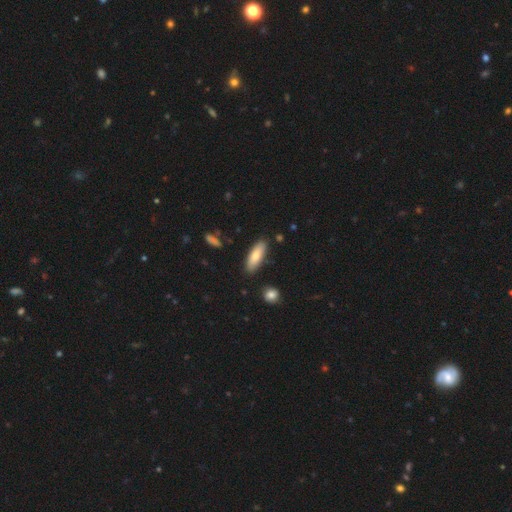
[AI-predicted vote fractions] Smooth or featured: smooth — 76% (featured or disk — 18%)
How rounded: in between — 60% (cigar-shaped — 38%)
Merging: none — 85% (minor disturbance — 11%)